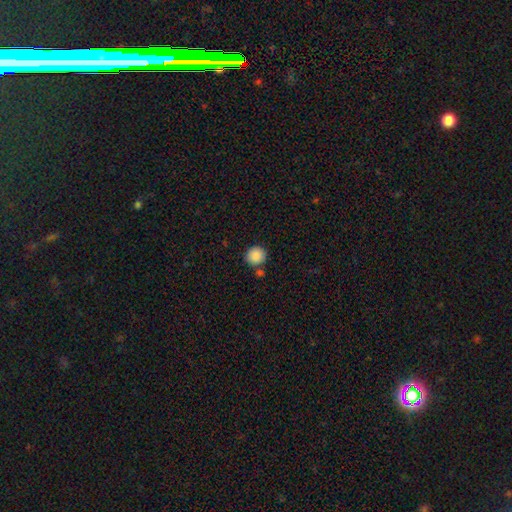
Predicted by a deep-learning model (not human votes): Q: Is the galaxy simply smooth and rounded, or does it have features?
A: smooth — 88%.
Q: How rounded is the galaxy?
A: round — 92%.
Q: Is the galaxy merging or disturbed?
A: none — 80%.